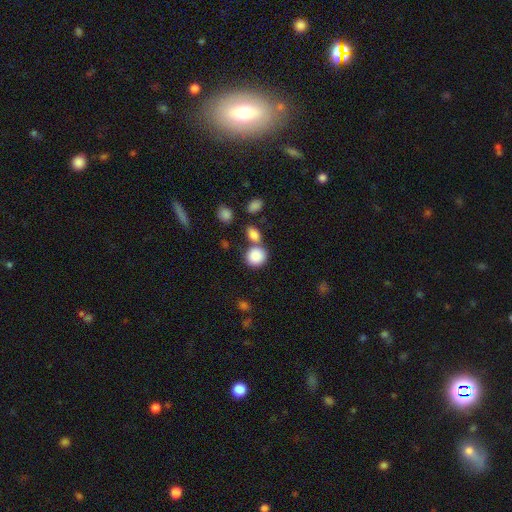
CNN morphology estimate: This appears to be a smooth galaxy with no disk features (86%) that is round (81%). Merging: none (58%).